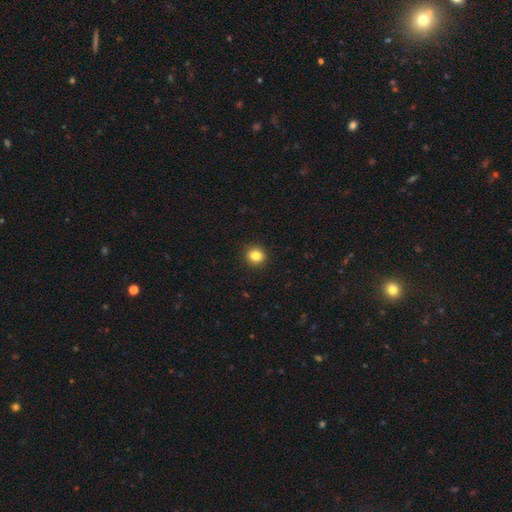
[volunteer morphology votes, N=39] This appears to be a smooth galaxy with no disk features (92%) that is round (94%). Merging: none (97%).